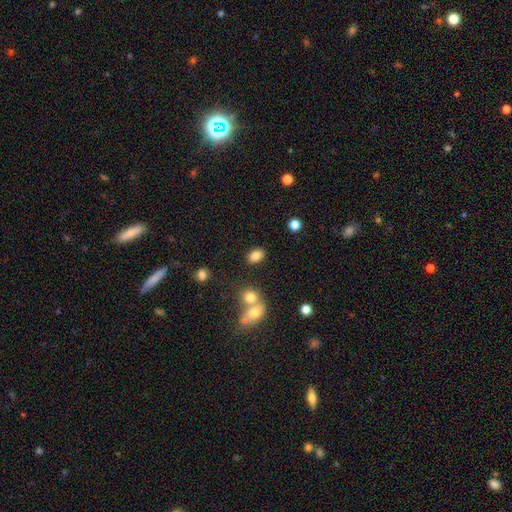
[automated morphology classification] This is clearly a smooth galaxy (83%). How rounded: clearly in between (82%). Merging: likely none (80%).